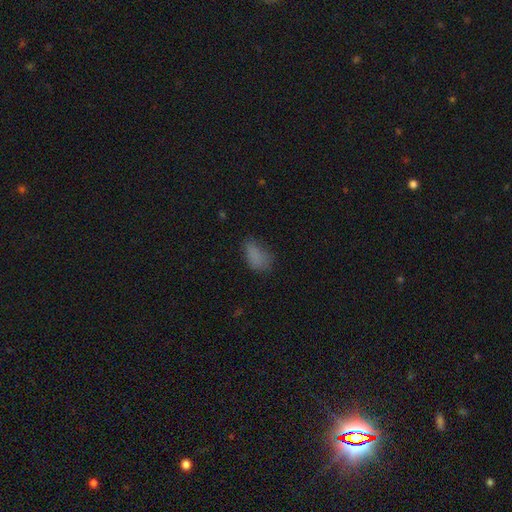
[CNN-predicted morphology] Overall: smooth (78%). How rounded: in between (89%). Merging: none (50%; minor disturbance 30%).